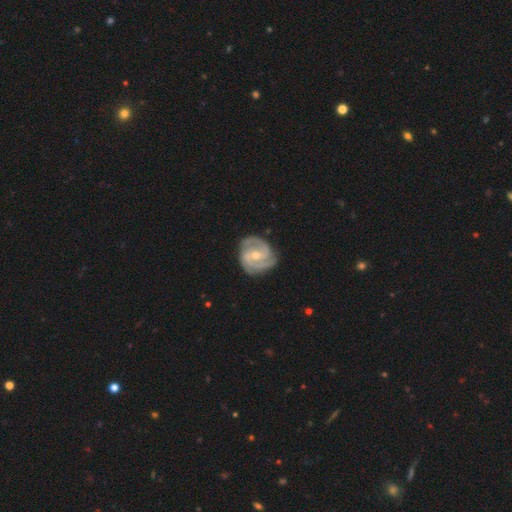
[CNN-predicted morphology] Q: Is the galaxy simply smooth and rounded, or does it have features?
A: featured or disk — 89%.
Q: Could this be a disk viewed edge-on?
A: no — 98%.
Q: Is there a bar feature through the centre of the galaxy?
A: weak — 47%.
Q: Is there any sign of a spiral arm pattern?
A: yes — 98%.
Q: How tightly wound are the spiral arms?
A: tight — 54%.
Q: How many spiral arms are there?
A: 3 — 48%.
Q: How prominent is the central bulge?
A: moderate — 54%.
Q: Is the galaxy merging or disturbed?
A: none — 77%.